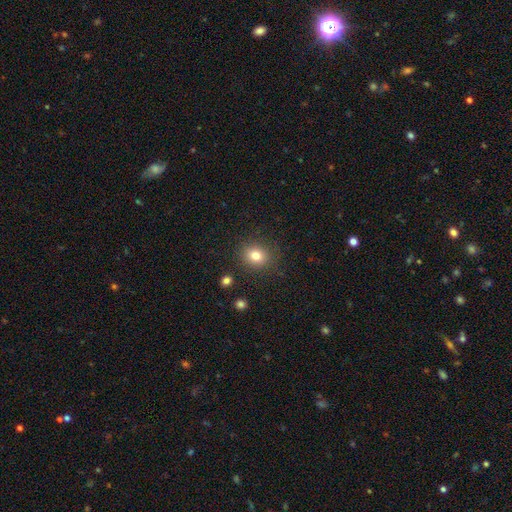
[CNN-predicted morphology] A smooth galaxy with no disk features (81%) that is round (70%). Merging: none (86%).